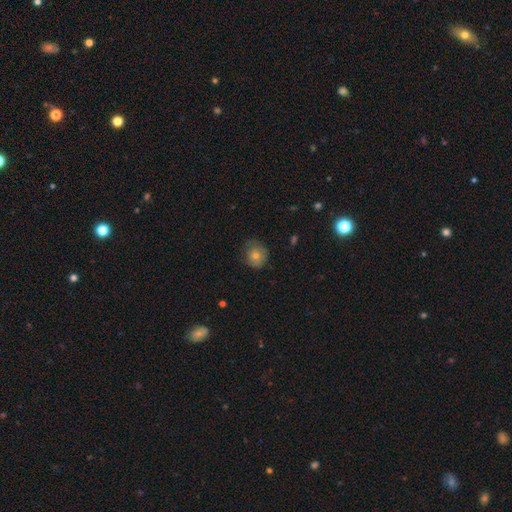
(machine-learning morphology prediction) A smooth galaxy with no disk features (63%) that is round (83%). Merging: none (70%).